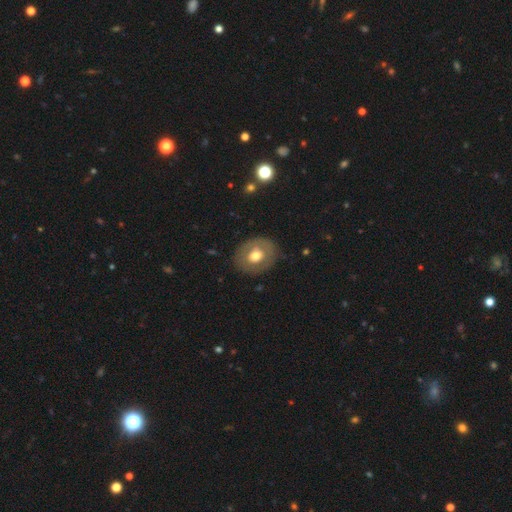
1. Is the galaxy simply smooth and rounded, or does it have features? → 57% smooth, 38% featured or disk, 5% star or artifact.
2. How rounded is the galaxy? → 65% round, 35% in between, 0% cigar-shaped.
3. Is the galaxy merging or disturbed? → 79% none, 11% major disturbance, 8% minor disturbance, 3% merger.